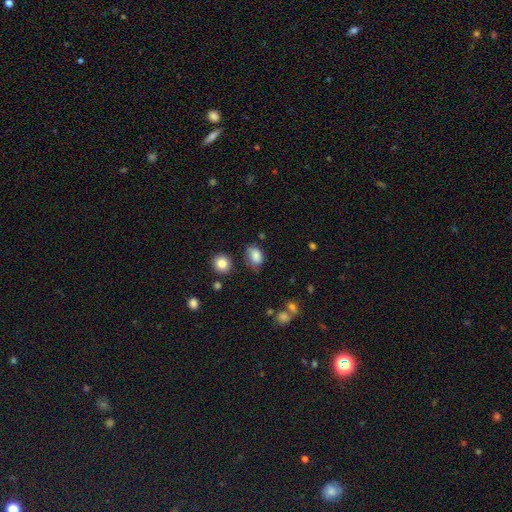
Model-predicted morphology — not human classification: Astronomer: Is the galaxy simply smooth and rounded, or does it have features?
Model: smooth — 80%.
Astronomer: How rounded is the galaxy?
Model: in between — 78%.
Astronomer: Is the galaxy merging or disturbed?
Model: none — 53% (runner-up: minor disturbance, 33%).